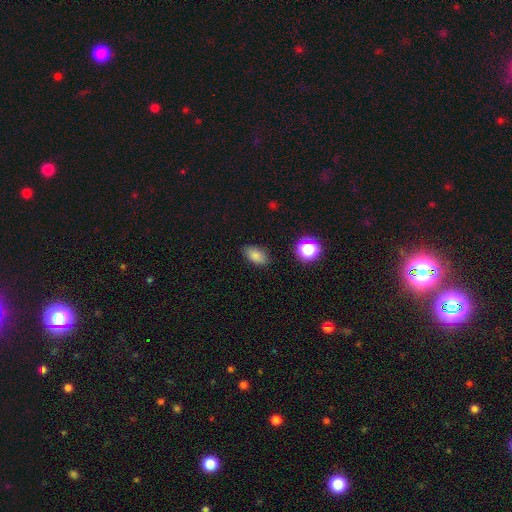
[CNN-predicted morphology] A smooth galaxy with no disk features (81%) that is in between round and cigar-shaped (87%). Merging: none (84%).